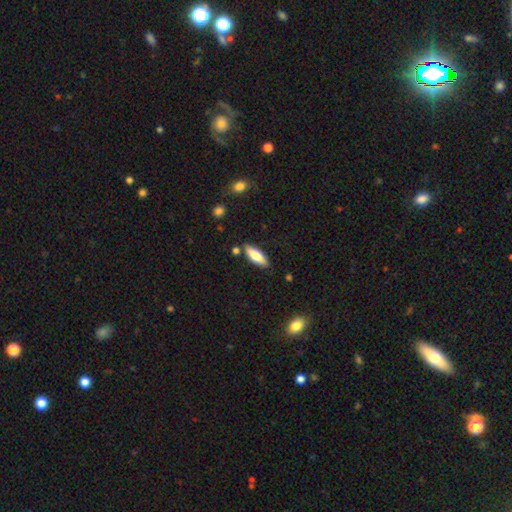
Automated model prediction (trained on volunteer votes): smooth-or-featured: smooth: 73% | featured or disk: 21% | star or artifact: 6%
  how-rounded: in between: 62% | cigar-shaped: 36% | round: 2%
  merging: none: 83% | minor disturbance: 11% | merger: 4% | major disturbance: 2%